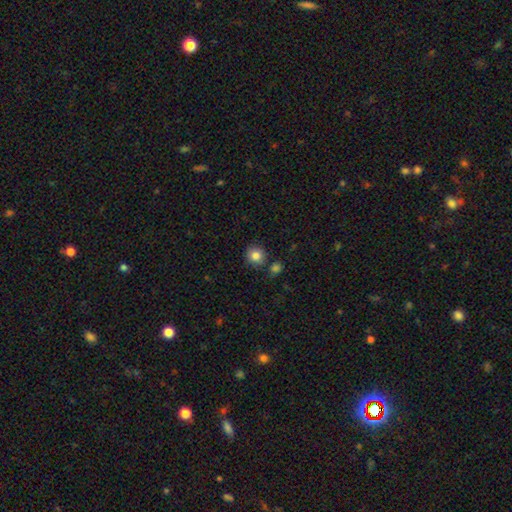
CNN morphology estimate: Smooth or featured? Predicted: smooth (p=0.84). How rounded? Predicted: round (p=0.90). Merging? Predicted: none (p=0.82).